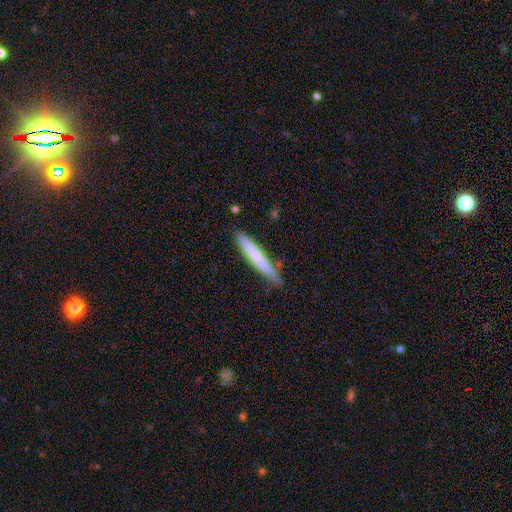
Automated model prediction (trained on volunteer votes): smooth-or-featured: smooth: 69% | featured or disk: 25% | star or artifact: 6%
  how-rounded: cigar-shaped: 93% | in between: 5% | round: 1%
  merging: none: 80% | minor disturbance: 15% | major disturbance: 3% | merger: 2%